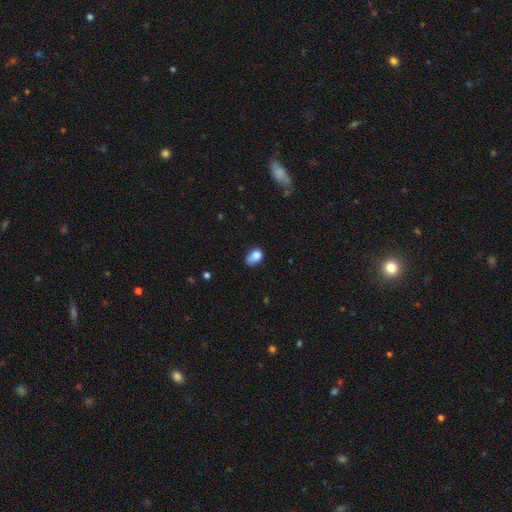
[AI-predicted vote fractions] A smooth galaxy with no disk features (82%) that is in between round and cigar-shaped (80%). Merging: none (49%).